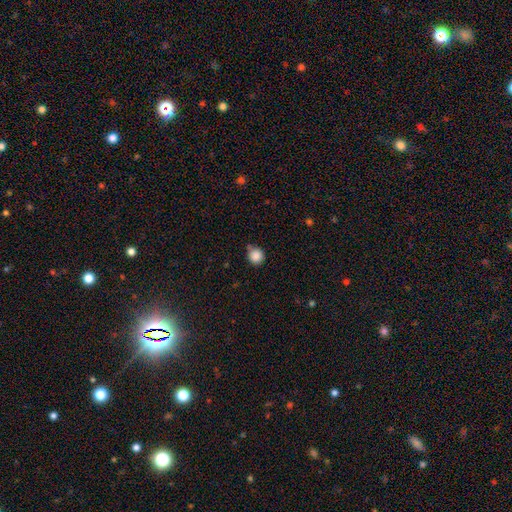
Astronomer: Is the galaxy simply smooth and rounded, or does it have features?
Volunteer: smooth — 95%.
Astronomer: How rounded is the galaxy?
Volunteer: round — 97%.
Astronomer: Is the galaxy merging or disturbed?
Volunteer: none — 71%.